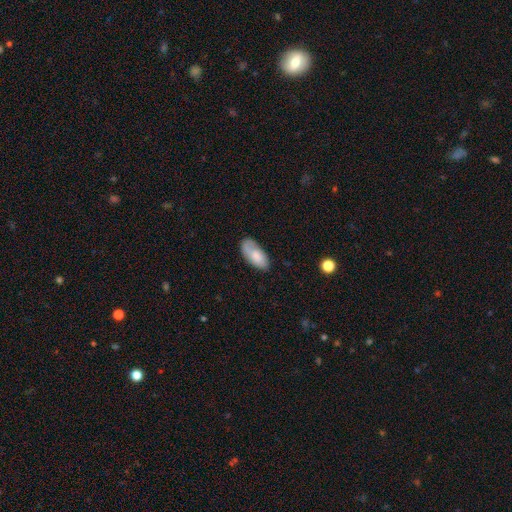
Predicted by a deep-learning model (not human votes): smooth 73%, featured or disk 21%, star or artifact 6%. Down the decision tree: how rounded — in between (93%); merging — none (68%).